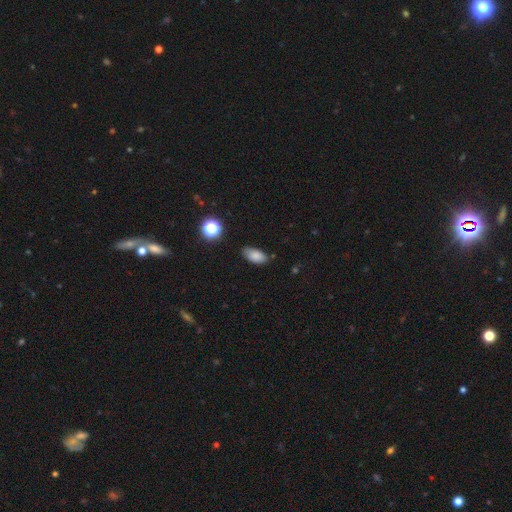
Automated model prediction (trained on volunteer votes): Smooth or featured?
  - smooth: 83% *
  - star or artifact: 10%
  - featured or disk: 7%
How rounded?
  - in between: 91% *
  - round: 5%
  - cigar-shaped: 4%
Merging?
  - none: 74% *
  - minor disturbance: 20%
  - major disturbance: 3%
  - merger: 2%